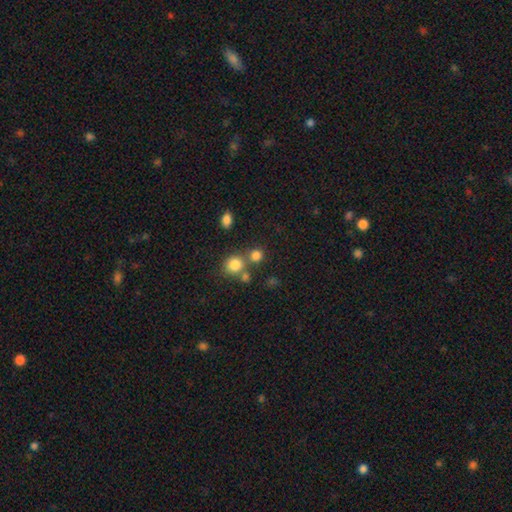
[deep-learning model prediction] smooth_or_featured: smooth (p=0.79) [alt: star or artifact p=0.14]
how_rounded: round (p=0.84) [alt: in between p=0.15]
merging: none (p=0.62) [alt: merger p=0.26]